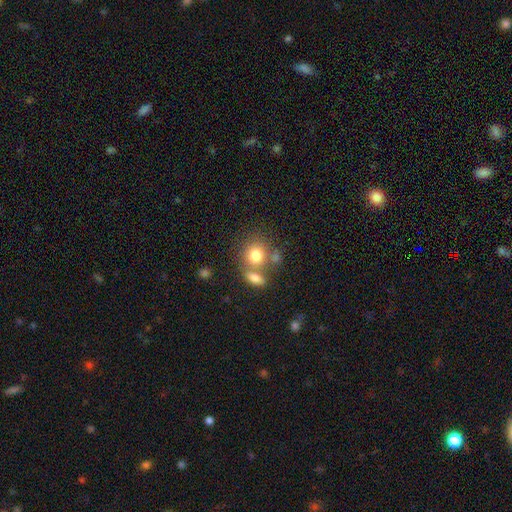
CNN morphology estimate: Smooth or featured?
  - smooth: 79% *
  - featured or disk: 12%
  - star or artifact: 10%
How rounded?
  - round: 73% *
  - in between: 25%
  - cigar-shaped: 1%
Merging?
  - none: 48% *
  - merger: 37%
  - minor disturbance: 10%
  - major disturbance: 5%